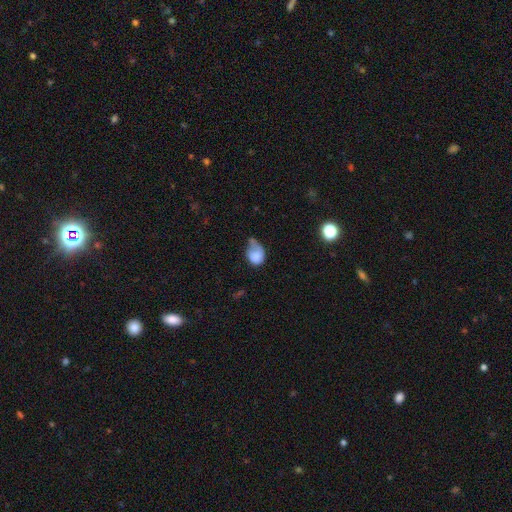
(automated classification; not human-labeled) This appears to be a smooth galaxy with no disk features (75%) that is in between round and cigar-shaped (57%). Merging: minor disturbance (35%).